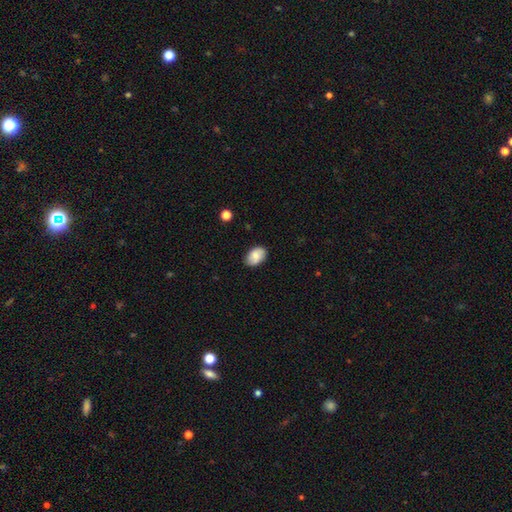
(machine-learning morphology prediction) smooth_or_featured: smooth (p=0.77) [alt: featured or disk p=0.16]
how_rounded: in between (p=0.88) [alt: round p=0.10]
merging: none (p=0.81) [alt: minor disturbance p=0.15]